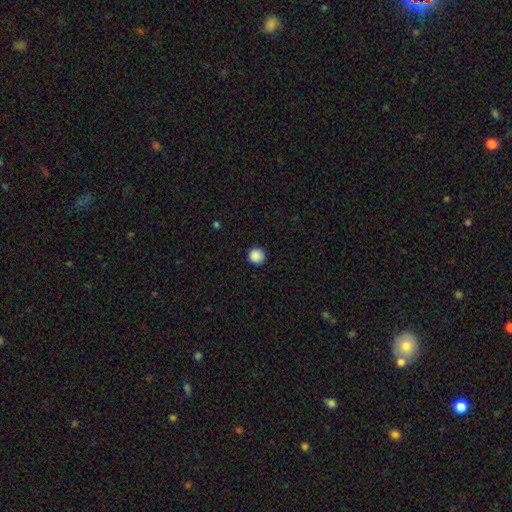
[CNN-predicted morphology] A smooth galaxy with no disk features (88%) that is round (95%).

Vote fractions:
- Smooth or featured? smooth: 88% / star or artifact: 9% / featured or disk: 3%
- How rounded? round: 95% / in between: 4% / cigar-shaped: 1%
- Merging? none: 91% / minor disturbance: 6% / major disturbance: 2% / merger: 1%